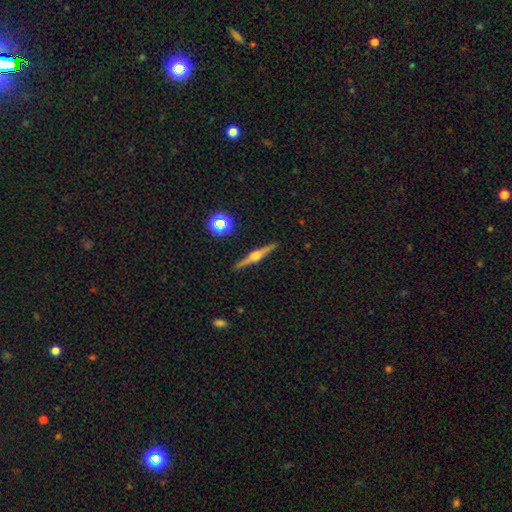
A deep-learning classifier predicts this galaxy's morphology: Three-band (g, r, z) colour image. It shows a featured or disk galaxy (78%) viewed edge-on (98%) with a rounded central bulge (86%). Merging: none (91%).